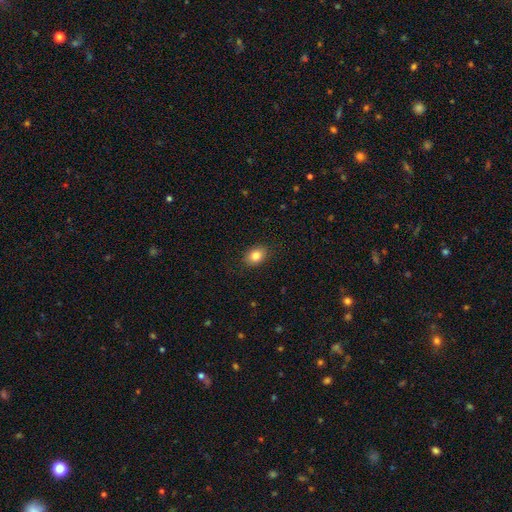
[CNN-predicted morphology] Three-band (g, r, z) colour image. It shows a smooth galaxy with no disk features (84%) that is in between round and cigar-shaped (67%). Merging: none (88%).